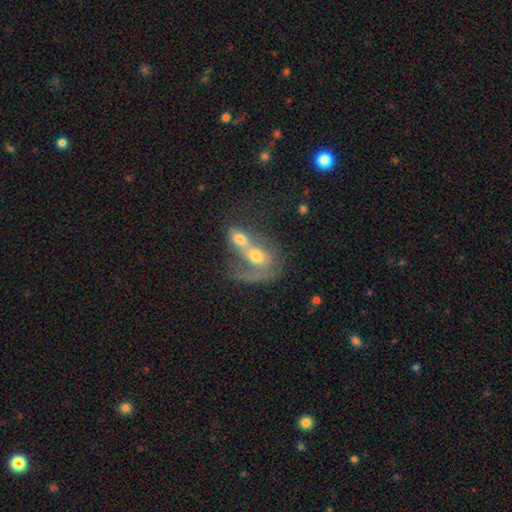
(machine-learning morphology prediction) This appears to be a smooth galaxy with no disk features (47%). Merging: merger (80%).